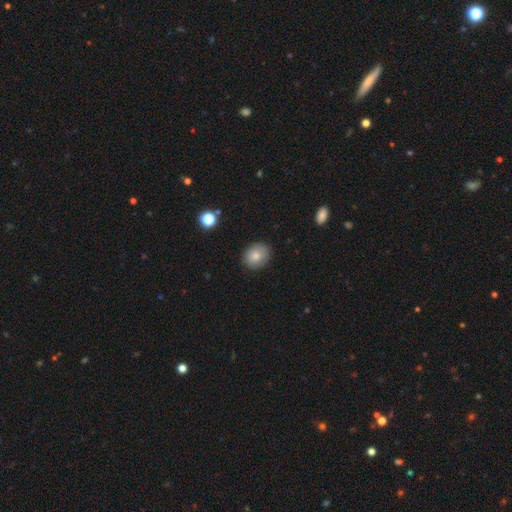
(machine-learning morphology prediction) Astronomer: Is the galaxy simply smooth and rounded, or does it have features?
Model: smooth — 81%.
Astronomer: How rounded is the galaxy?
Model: round — 54% (runner-up: in between, 45%).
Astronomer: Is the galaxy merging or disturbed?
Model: none — 87%.